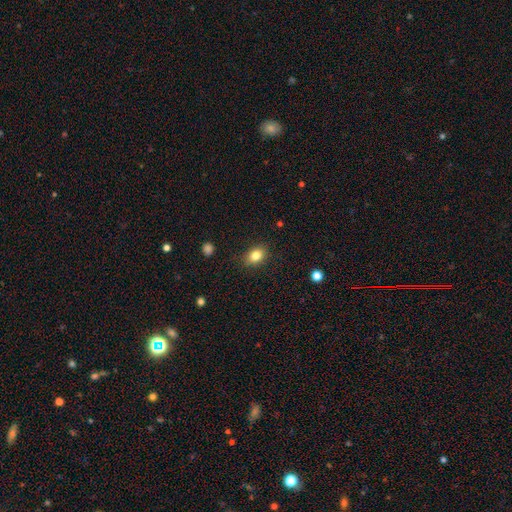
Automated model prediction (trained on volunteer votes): smooth 82%, star or artifact 10%, featured or disk 8%. Down the decision tree: how rounded — in between (72%); merging — none (85%).